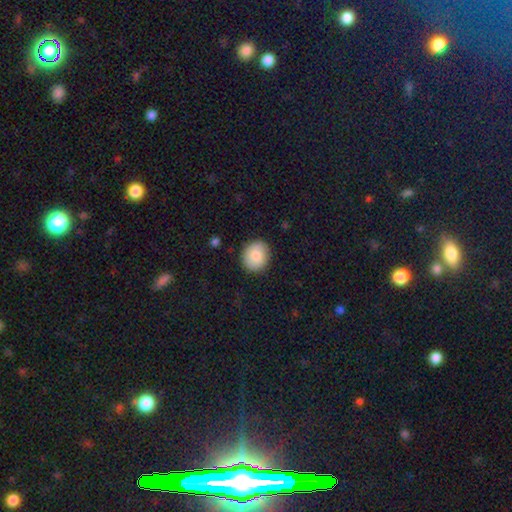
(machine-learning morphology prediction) smooth-or-featured: smooth: 83% | featured or disk: 10% | star or artifact: 7%
  how-rounded: round: 72% | in between: 27% | cigar-shaped: 1%
  merging: none: 88% | minor disturbance: 9% | major disturbance: 2% | merger: 1%